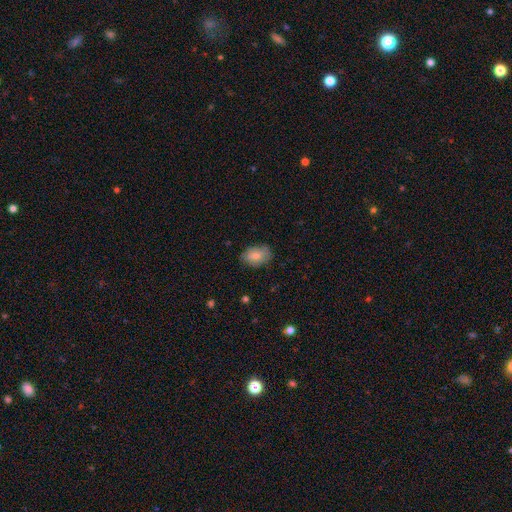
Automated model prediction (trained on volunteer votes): smooth 80%, featured or disk 14%, star or artifact 7%. Down the decision tree: how rounded — in between (84%); merging — none (78%).